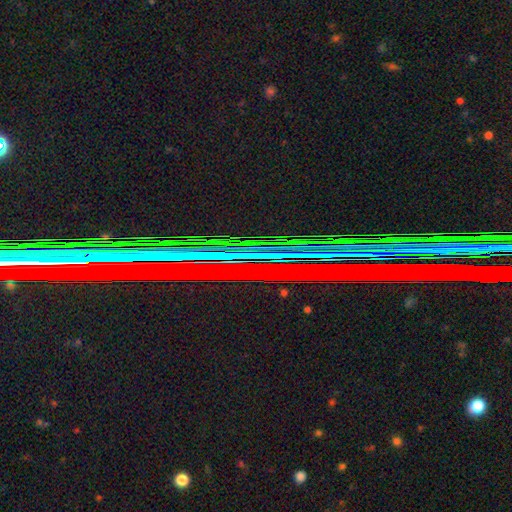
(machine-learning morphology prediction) The model was most divided on "smooth or featured": star or artifact: 82%, featured or disk: 11%, smooth: 7%.